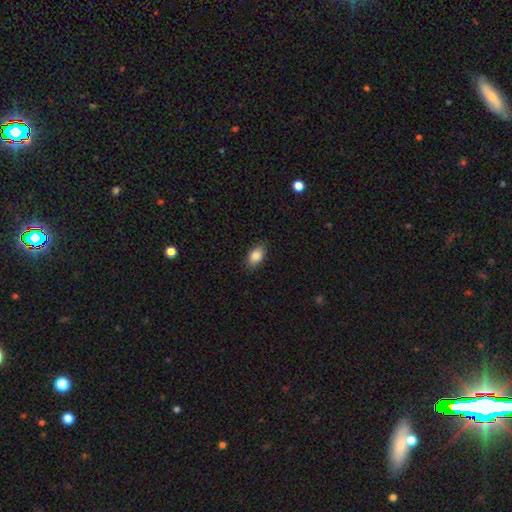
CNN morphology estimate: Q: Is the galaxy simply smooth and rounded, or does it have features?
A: smooth — 87%.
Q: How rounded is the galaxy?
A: in between — 89%.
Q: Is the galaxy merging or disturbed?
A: none — 84%.